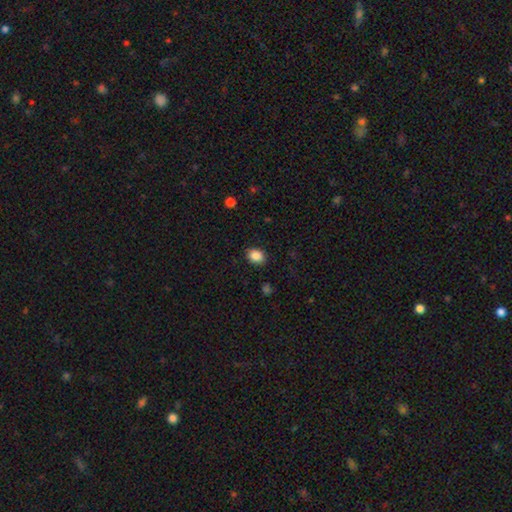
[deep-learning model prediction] This appears to be a smooth galaxy with no disk features (87%) that is in between round and cigar-shaped (62%). Merging: none (87%).